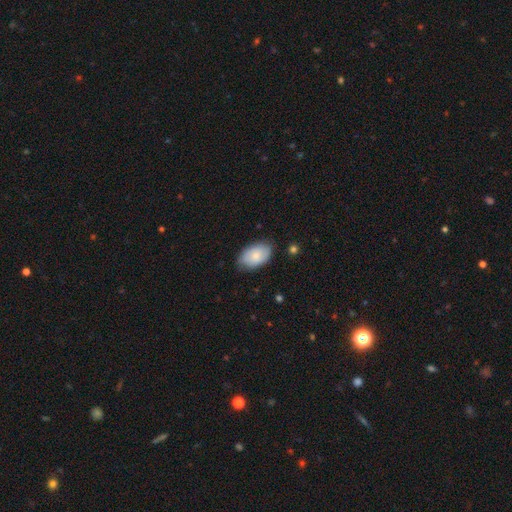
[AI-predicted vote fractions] The model was most divided on "merging": none: 78%, minor disturbance: 18%, major disturbance: 3%, merger: 1%. More confident: how rounded — in between (92%); smooth or featured — smooth (78%).